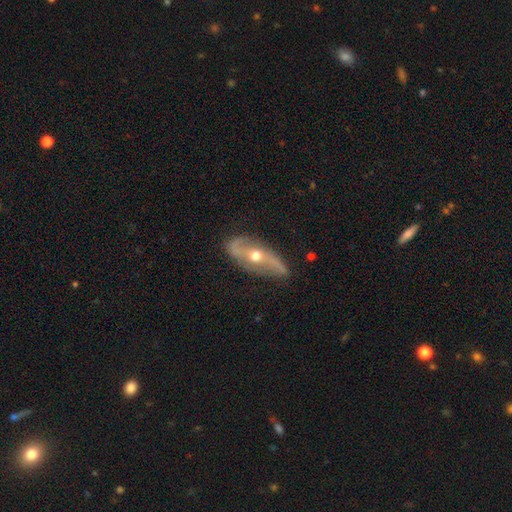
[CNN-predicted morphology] type=featured or disk (79%); edge-on=no (80%); bar=no (58%); spiral arms=yes (79%); bulge=moderate (75%); merging=none (69%).